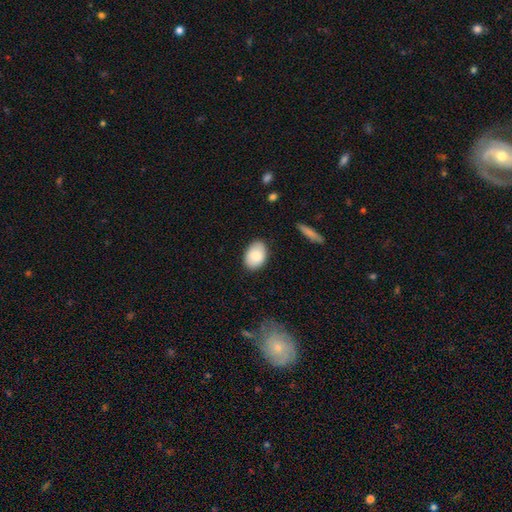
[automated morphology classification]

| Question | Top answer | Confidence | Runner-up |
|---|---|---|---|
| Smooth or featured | smooth | 84% | featured or disk (10%) |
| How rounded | in between | 86% | round (13%) |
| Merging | none | 84% | minor disturbance (12%) |